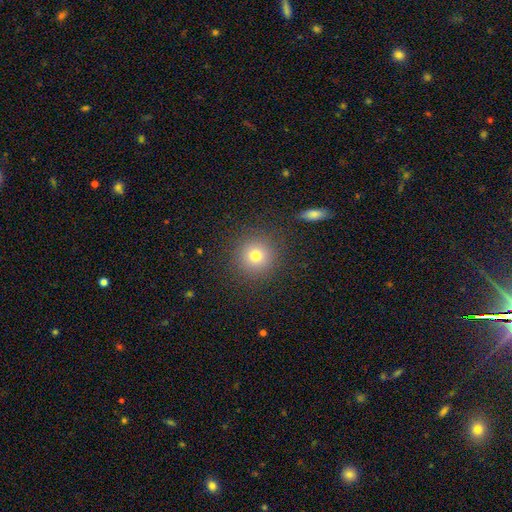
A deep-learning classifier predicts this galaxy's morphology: smooth-or-featured: smooth: 76% | star or artifact: 15% | featured or disk: 9%
  how-rounded: round: 94% | in between: 5% | cigar-shaped: 1%
  merging: none: 88% | minor disturbance: 7% | major disturbance: 3% | merger: 2%